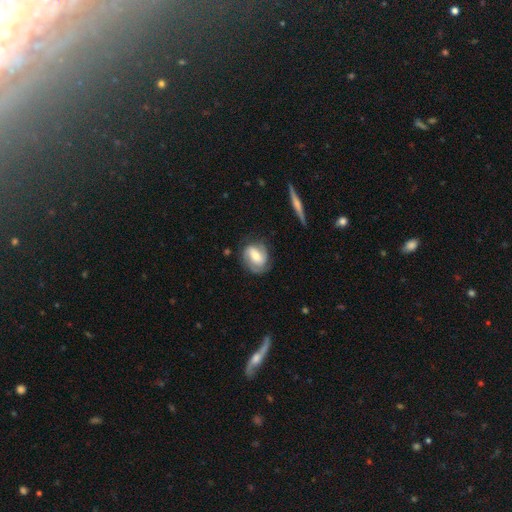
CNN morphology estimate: This is likely a featured or disk galaxy (62%). It is clearly not viewed edge-on (95%). Bar: marginally weak (40%). Spiral arm pattern: clearly yes (86%). Spiral arm count: likely 2 (64%). Spiral winding: possibly tight (46%). Central bulge: possibly moderate (57%). Merging: likely none (71%).